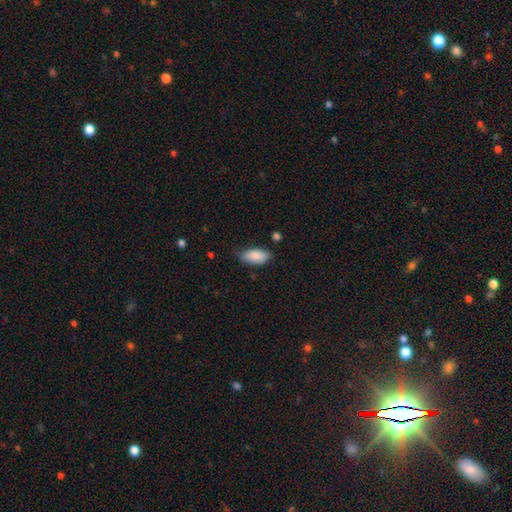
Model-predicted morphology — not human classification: The model was most divided on "merging": none: 77%, minor disturbance: 18%, major disturbance: 3%, merger: 2%. More confident: how rounded — in between (91%); smooth or featured — smooth (86%).